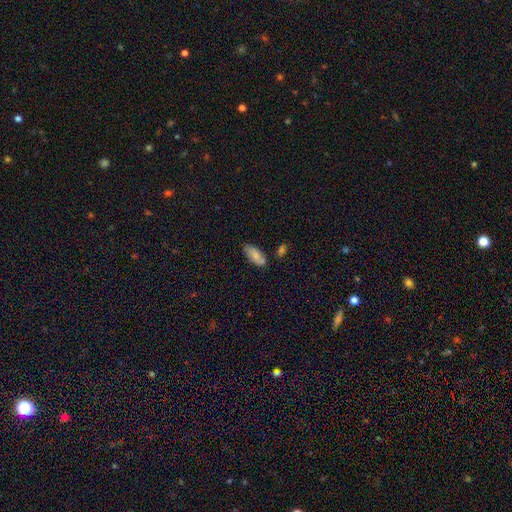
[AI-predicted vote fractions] Smooth or featured? Predicted: smooth (p=0.80). How rounded? Predicted: in between (p=0.85). Merging? Predicted: none (p=0.69).